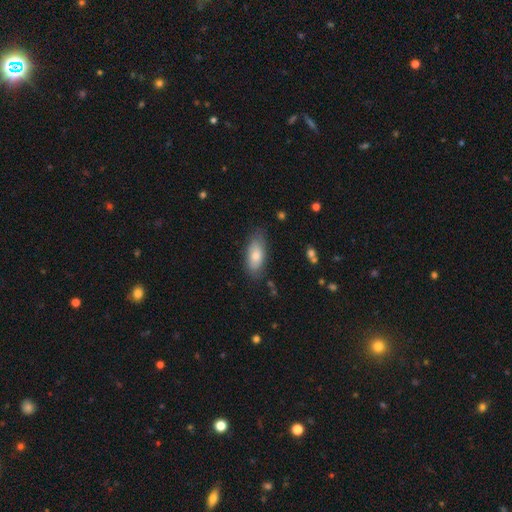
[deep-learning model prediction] A smooth galaxy with no disk features (74%) that is in between round and cigar-shaped (86%).

Vote fractions:
- Smooth or featured? smooth: 74% / featured or disk: 20% / star or artifact: 6%
- How rounded? in between: 86% / cigar-shaped: 11% / round: 3%
- Merging? none: 74% / minor disturbance: 20% / major disturbance: 4% / merger: 2%